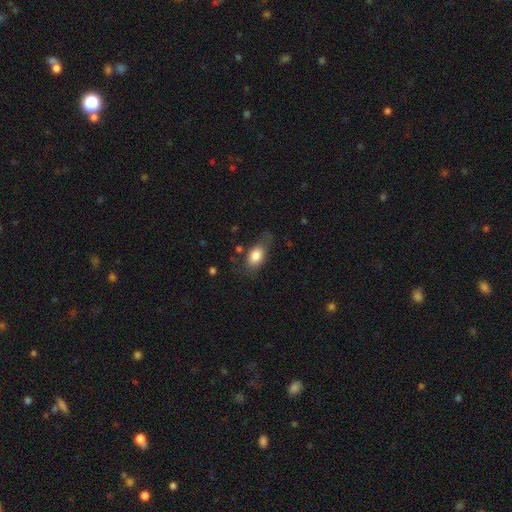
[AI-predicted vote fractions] Q: Smooth or featured?
A: smooth (80%); runner-up: featured or disk (13%)
Q: How rounded?
A: in between (85%); runner-up: round (11%)
Q: Merging?
A: none (56%); runner-up: minor disturbance (28%)